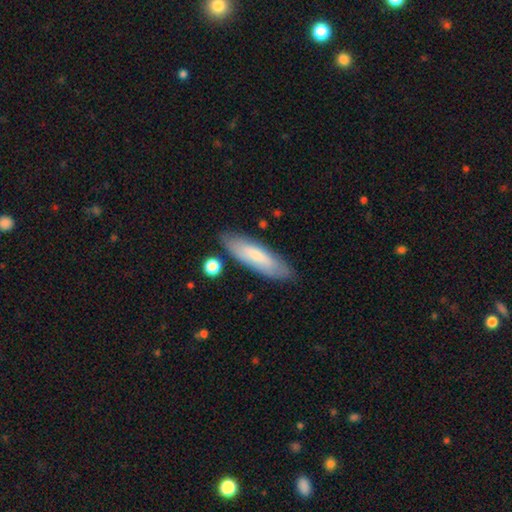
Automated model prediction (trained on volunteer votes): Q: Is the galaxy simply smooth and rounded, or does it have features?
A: smooth — 68%.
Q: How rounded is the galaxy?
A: cigar-shaped — 60%.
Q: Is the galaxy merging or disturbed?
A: none — 82%.